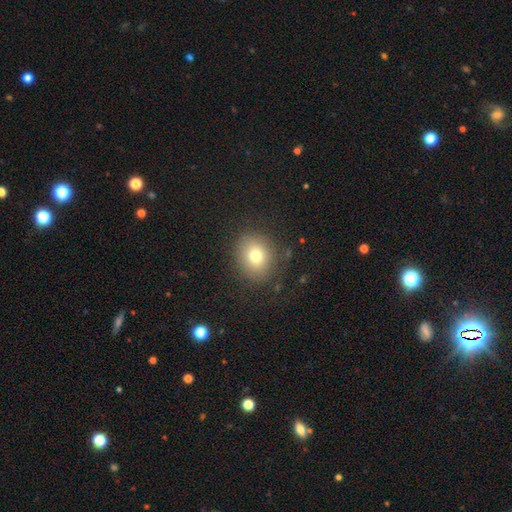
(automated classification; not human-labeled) smooth 75%, star or artifact 13%, featured or disk 12%. Down the decision tree: how rounded — round (72%); merging — none (85%).